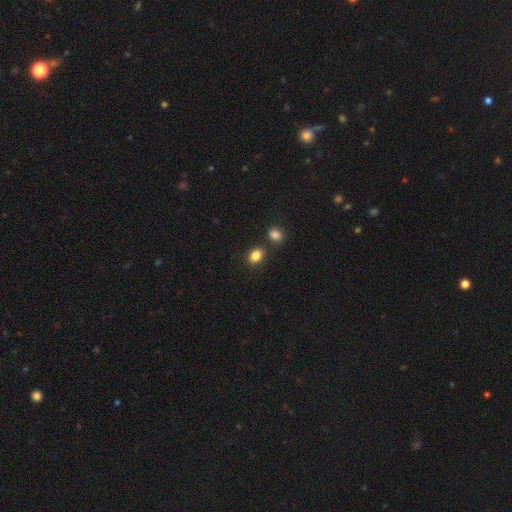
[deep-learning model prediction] smooth_or_featured: smooth (p=0.84) [alt: star or artifact p=0.11]
how_rounded: in between (p=0.55) [alt: round p=0.44]
merging: none (p=0.75) [alt: merger p=0.13]